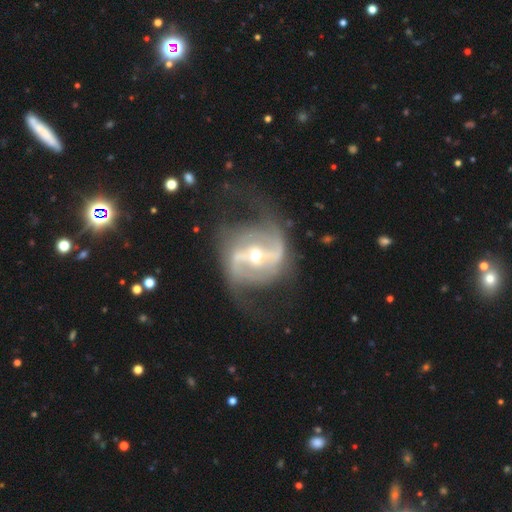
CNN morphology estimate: smooth_or_featured: featured or disk (p=0.88) [alt: smooth p=0.06]
disk_edge_on: no (p=0.97) [alt: yes p=0.03]
bar: strong (p=0.58) [alt: weak p=0.28]
has_spiral_arms: yes (p=0.93) [alt: no p=0.07]
spiral_winding: loose (p=0.44) [alt: medium p=0.42]
spiral_arm_count: 2 (p=0.87) [alt: can't tell p=0.06]
bulge_size: small (p=0.50) [alt: moderate p=0.46]
merging: none (p=0.59) [alt: major disturbance p=0.20]